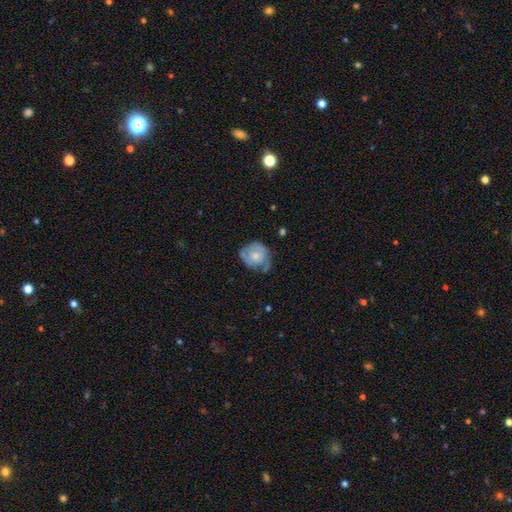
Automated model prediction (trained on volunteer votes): A featured or disk galaxy (51%).

Vote fractions:
- Smooth or featured? featured or disk: 51% / smooth: 42% / star or artifact: 7%
- Edge-on disk? no: 97% / yes: 3%
- Merging? none: 49% / minor disturbance: 33% / major disturbance: 15% / merger: 3%